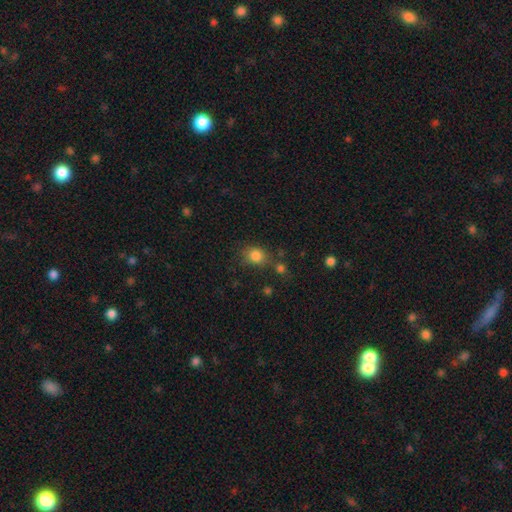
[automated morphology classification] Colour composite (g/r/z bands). It shows a smooth galaxy with no disk features (83%) that is round (67%). Merging: none (67%).